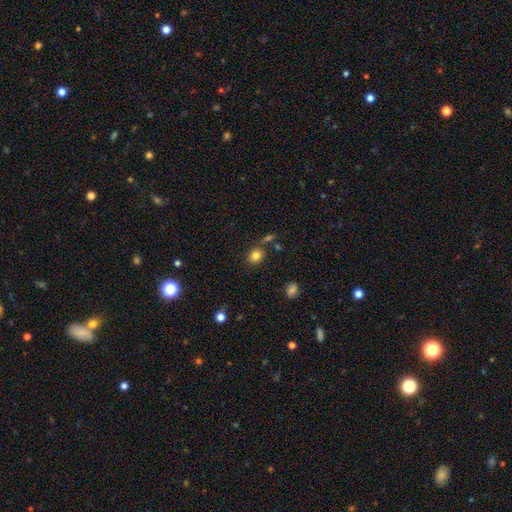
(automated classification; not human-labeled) smooth_or_featured: smooth (p=0.82) [alt: star or artifact p=0.12]
how_rounded: round (p=0.73) [alt: in between p=0.26]
merging: none (p=0.73) [alt: minor disturbance p=0.11]